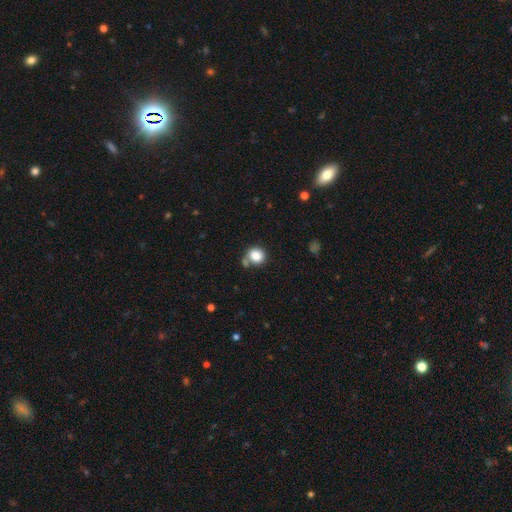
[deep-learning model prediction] smooth-or-featured: smooth: 84% | star or artifact: 10% | featured or disk: 7%
  how-rounded: round: 78% | in between: 21% | cigar-shaped: 1%
  merging: none: 60% | merger: 19% | minor disturbance: 15% | major disturbance: 6%